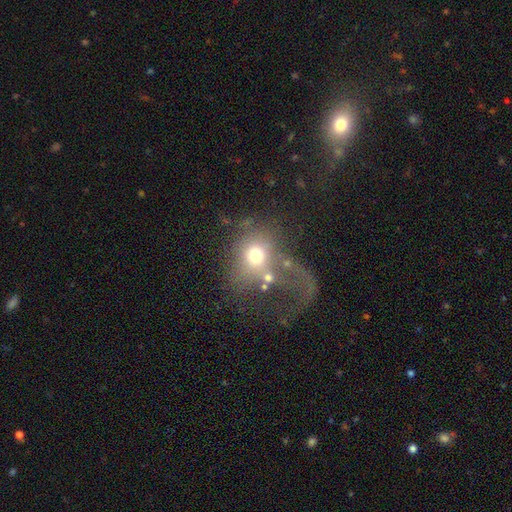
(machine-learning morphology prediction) Smooth or featured: smooth — 56% (featured or disk — 29%)
How rounded: round — 64% (in between — 34%)
Merging: major disturbance — 46% (merger — 22%)